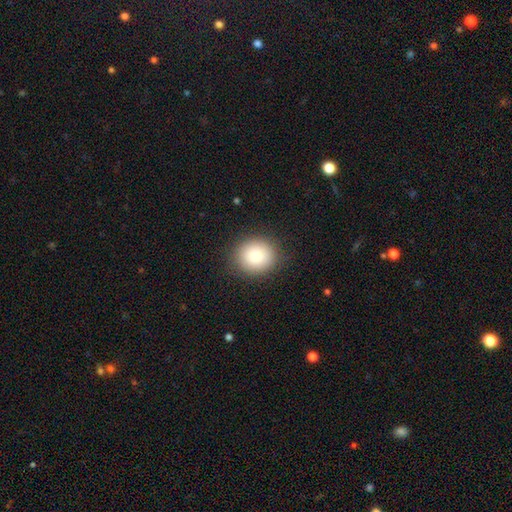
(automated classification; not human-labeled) smooth 80%, star or artifact 10%, featured or disk 10%. Down the decision tree: how rounded — round (84%); merging — none (88%).